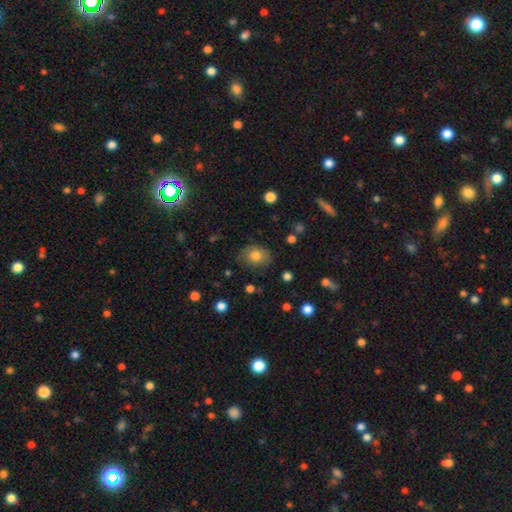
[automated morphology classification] smooth 80%, featured or disk 10%, star or artifact 10%. Down the decision tree: how rounded — in between (53%); merging — none (78%).